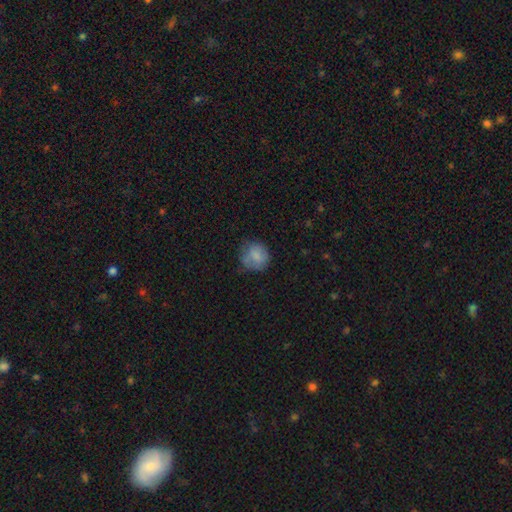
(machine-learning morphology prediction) Smooth or featured: smooth — 75% (featured or disk — 16%)
How rounded: round — 81% (in between — 18%)
Merging: none — 58% (minor disturbance — 28%)